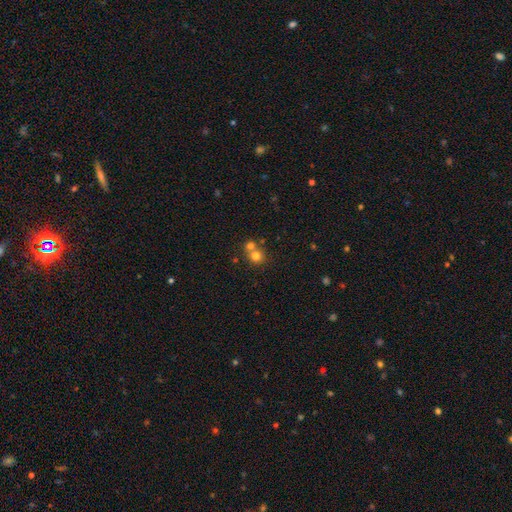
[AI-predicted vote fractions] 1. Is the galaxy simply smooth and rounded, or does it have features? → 75% smooth, 14% star or artifact, 11% featured or disk.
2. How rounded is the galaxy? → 87% round, 12% in between, 1% cigar-shaped.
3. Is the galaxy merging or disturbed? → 47% merger, 45% none, 5% minor disturbance, 2% major disturbance.